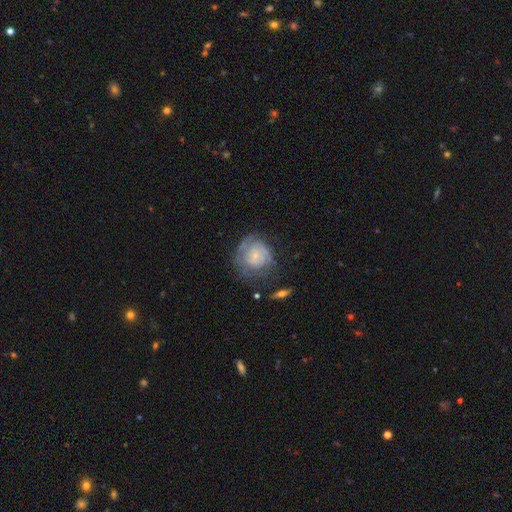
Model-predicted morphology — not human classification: A featured or disk galaxy (66%) with no bar (80%), tight (65%) spiral arms (82%) and a small central bulge (78%). Merging: none (57%).